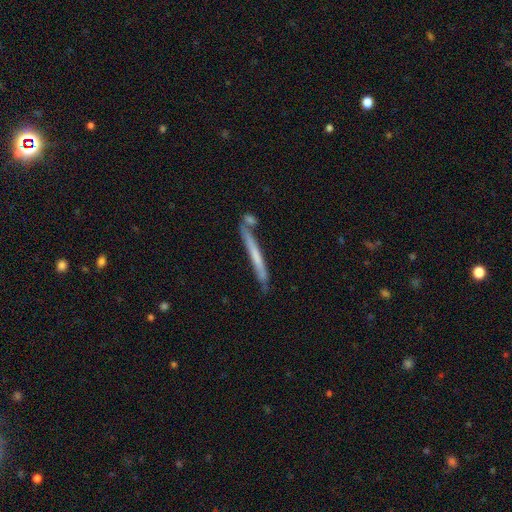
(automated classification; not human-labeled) Morphology: type=smooth (48%); merging=none (69%).